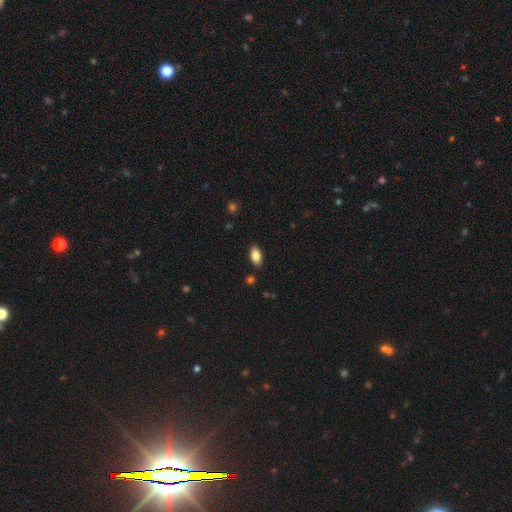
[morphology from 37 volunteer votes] Q: Smooth or featured?
A: smooth (86%); runner-up: featured or disk (8%)
Q: How rounded?
A: in between (97%); runner-up: cigar-shaped (3%)
Q: Merging?
A: none (89%); runner-up: minor disturbance (9%)